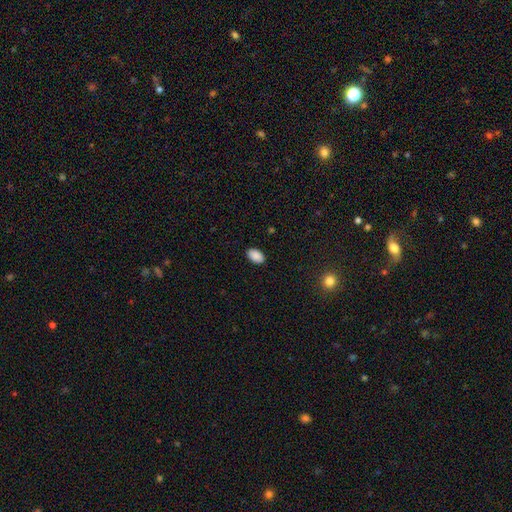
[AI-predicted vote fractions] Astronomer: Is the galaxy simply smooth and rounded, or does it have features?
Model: smooth — 89%.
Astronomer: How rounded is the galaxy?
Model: in between — 92%.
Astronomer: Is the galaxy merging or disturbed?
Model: none — 89%.